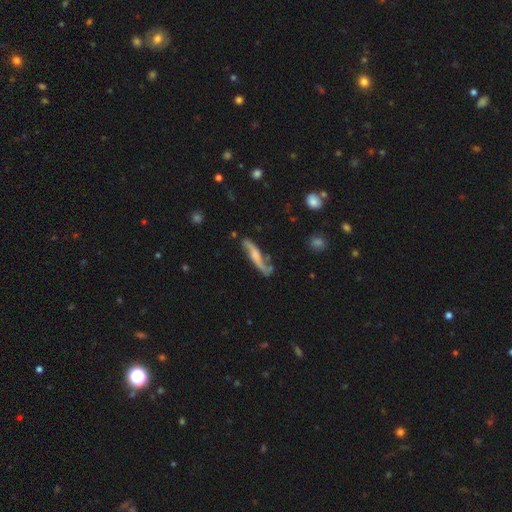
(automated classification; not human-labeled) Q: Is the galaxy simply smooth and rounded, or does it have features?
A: featured or disk — 73%.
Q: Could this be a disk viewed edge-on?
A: no — 61%.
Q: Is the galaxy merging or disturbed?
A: none — 59%.